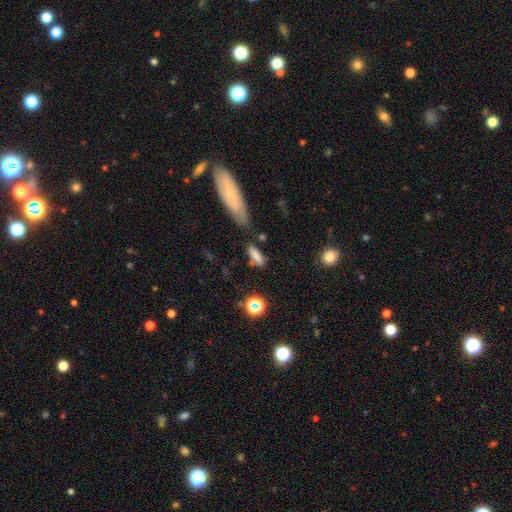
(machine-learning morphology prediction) Smooth or featured: smooth — 79% (star or artifact — 11%)
How rounded: in between — 52% (cigar-shaped — 44%)
Merging: none — 67% (minor disturbance — 18%)